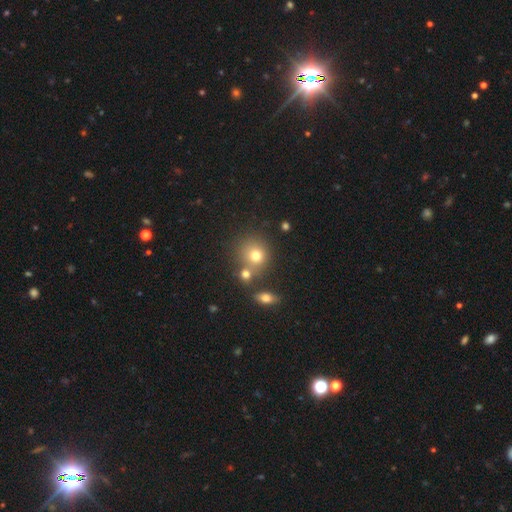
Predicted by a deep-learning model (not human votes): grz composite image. It shows a smooth galaxy with no disk features (73%) that is round (84%). Merging: none (59%).